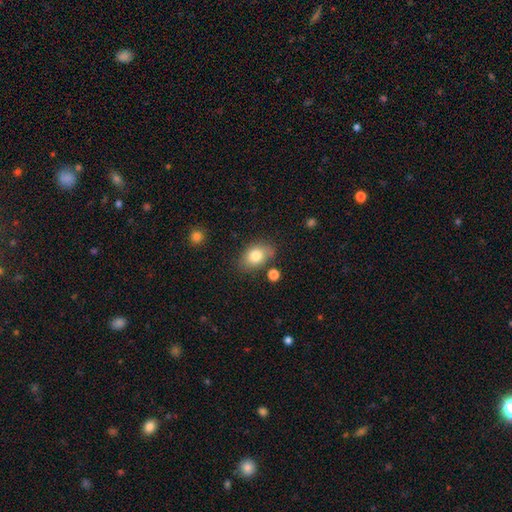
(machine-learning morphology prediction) Smooth or featured? Predicted: smooth (p=0.80). How rounded? Predicted: in between (p=0.79). Merging? Predicted: none (p=0.73).